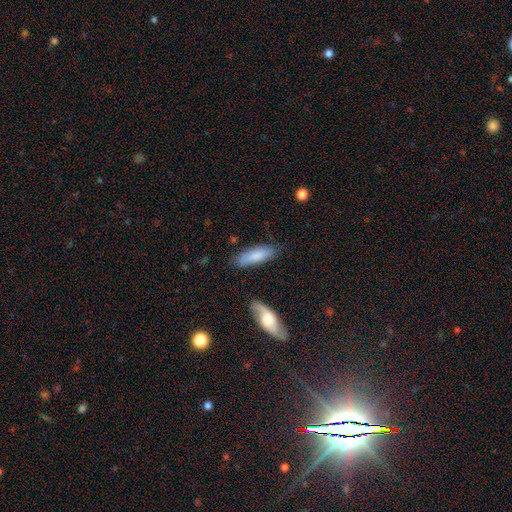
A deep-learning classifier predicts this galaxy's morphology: A smooth galaxy with no disk features (78%) that is in between round and cigar-shaped (49%, tied with cigar-shaped).

Vote fractions:
- Smooth or featured? smooth: 78% / featured or disk: 17% / star or artifact: 6%
- How rounded? in between: 49% (tied) / cigar-shaped: 49% (tied) / round: 2%
- Merging? none: 79% / minor disturbance: 15% / merger: 3% / major disturbance: 3%